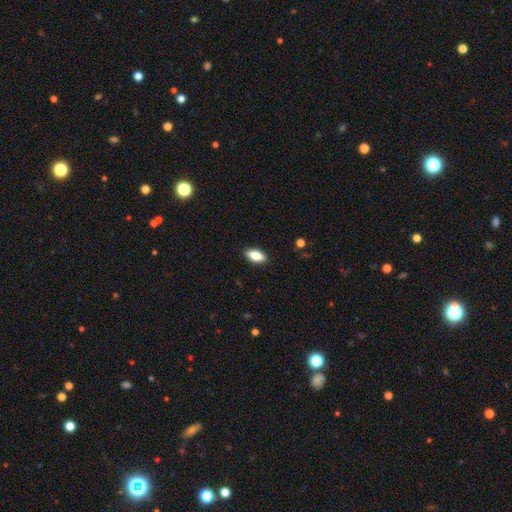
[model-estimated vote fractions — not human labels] The model was most divided on "smooth or featured": smooth: 80%, featured or disk: 13%, star or artifact: 7%. More confident: merging — none (89%); how rounded — in between (87%).